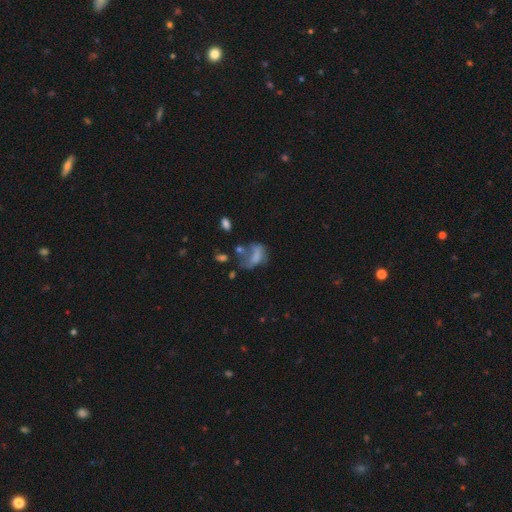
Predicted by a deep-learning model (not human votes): This appears to be a smooth galaxy with no disk features (53%) that is in between round and cigar-shaped (78%). Merging: major disturbance (38%).